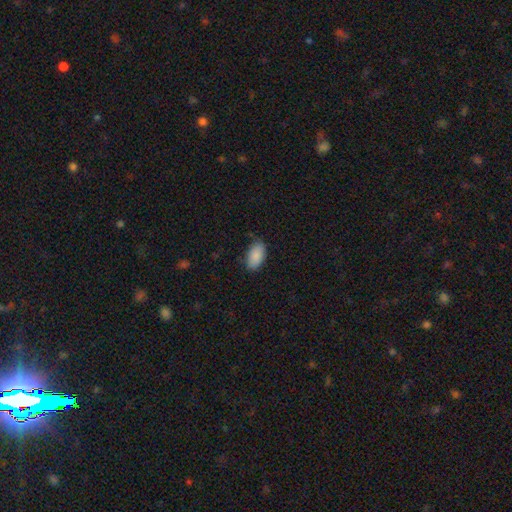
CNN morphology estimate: Smooth or featured? Predicted: smooth (p=0.89). How rounded? Predicted: in between (p=0.94). Merging? Predicted: none (p=0.80).